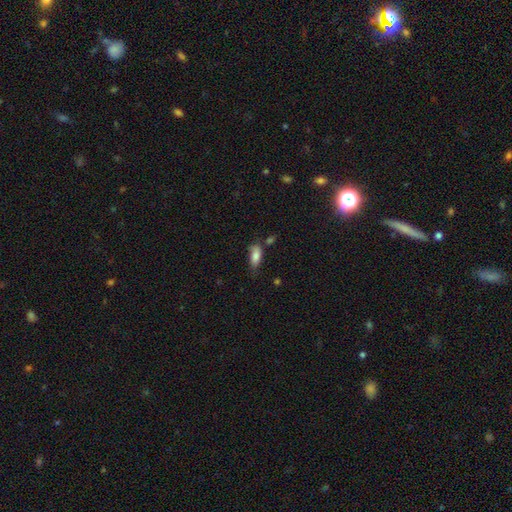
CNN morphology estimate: Smooth or featured? Predicted: smooth (p=0.80). How rounded? Predicted: in between (p=0.81). Merging? Predicted: none (p=0.52).